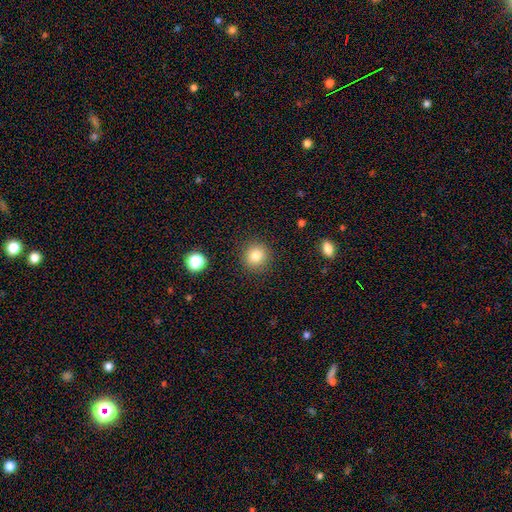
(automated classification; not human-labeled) Q: Smooth or featured?
A: smooth (82%); runner-up: star or artifact (11%)
Q: How rounded?
A: round (90%); runner-up: in between (9%)
Q: Merging?
A: none (89%); runner-up: minor disturbance (7%)